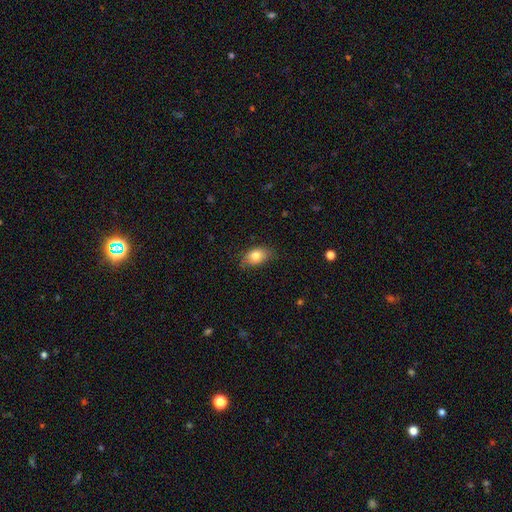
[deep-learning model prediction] A smooth galaxy with no disk features (79%) that is in between round and cigar-shaped (87%). Merging: none (69%).